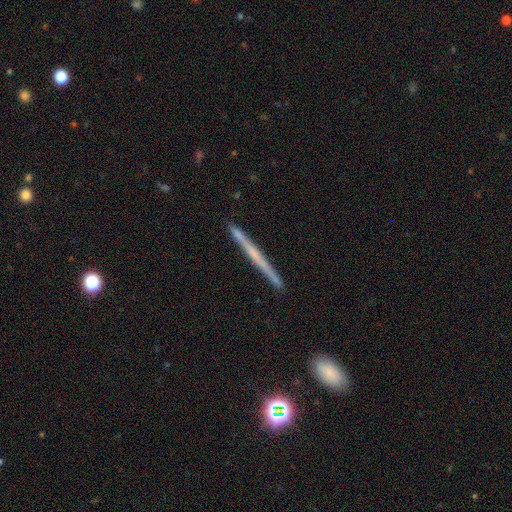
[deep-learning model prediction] The model was most divided on "smooth or featured": featured or disk: 59%, smooth: 34%, star or artifact: 7%. More confident: edge-on disk — yes (98%); merging — none (90%); edge-on bulge — none (78%).